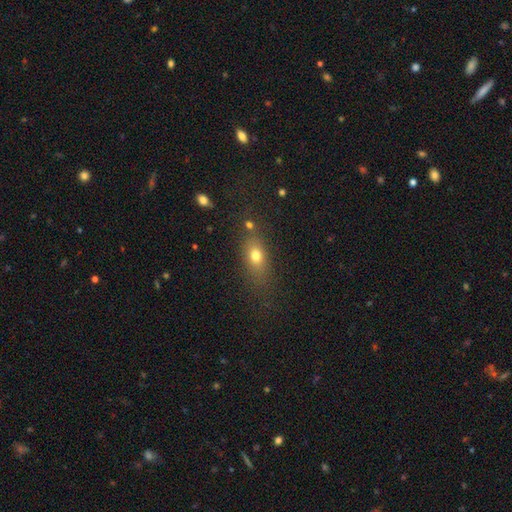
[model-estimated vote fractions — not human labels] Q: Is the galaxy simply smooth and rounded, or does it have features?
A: smooth — 72%.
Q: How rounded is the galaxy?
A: in between — 68%.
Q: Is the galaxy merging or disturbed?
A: none — 71%.